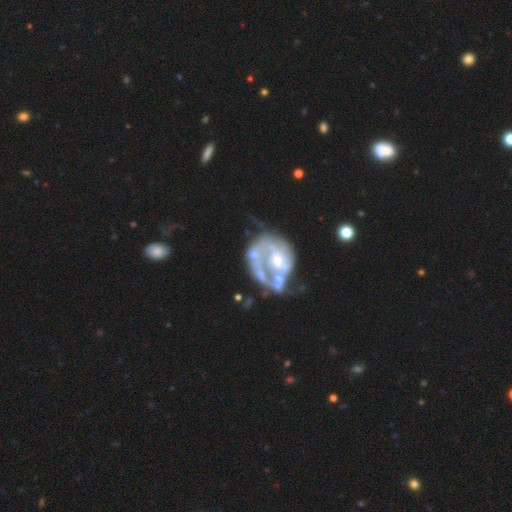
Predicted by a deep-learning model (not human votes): This appears to be a featured or disk galaxy (75%) with no bar (71%), no spiral arms (59%) and a moderate central bulge (40%). Merging: major disturbance (33%).